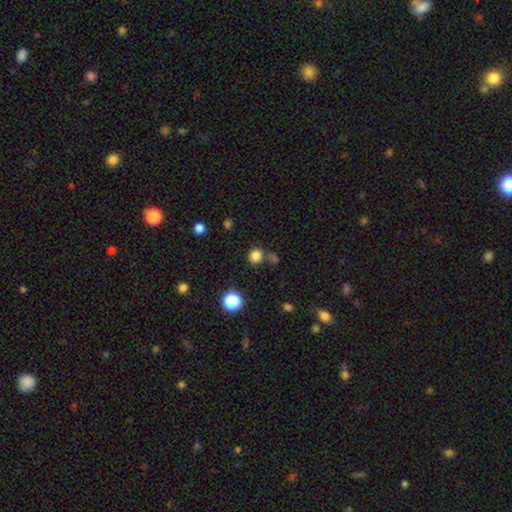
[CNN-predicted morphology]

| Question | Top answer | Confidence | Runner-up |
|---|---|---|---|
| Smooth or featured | smooth | 81% | star or artifact (15%) |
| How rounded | round | 86% | in between (13%) |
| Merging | none | 76% | merger (12%) |